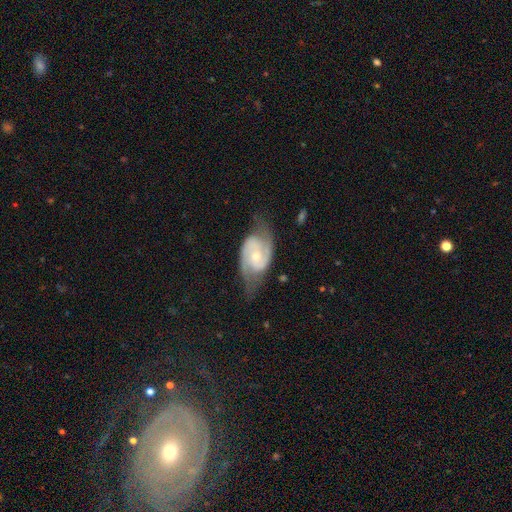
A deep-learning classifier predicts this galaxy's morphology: Smooth or featured: featured or disk — 87% (smooth — 8%)
Edge-on disk: no — 97% (yes — 3%)
Bar: no — 56% (weak — 35%)
Spiral arms: yes — 97% (no — 3%)
Spiral winding: medium — 53% (tight — 29%)
Spiral arm count: 2 — 91% (can't tell — 4%)
Bulge size: small — 56% (moderate — 38%)
Merging: none — 69% (minor disturbance — 21%)